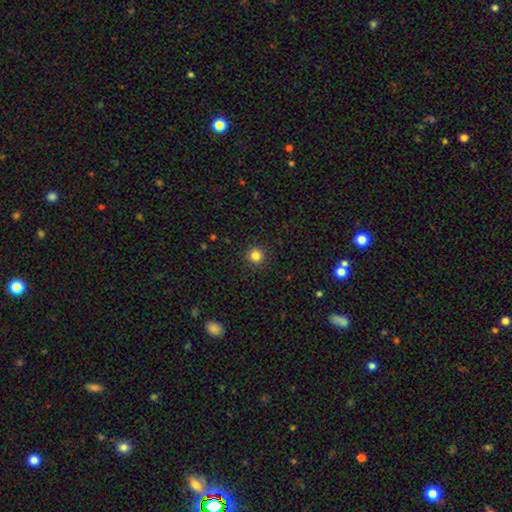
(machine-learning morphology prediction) smooth-or-featured: smooth: 83% | star or artifact: 12% | featured or disk: 4%
  how-rounded: round: 95% | in between: 4% | cigar-shaped: 1%
  merging: none: 92% | minor disturbance: 5% | major disturbance: 2% | merger: 1%